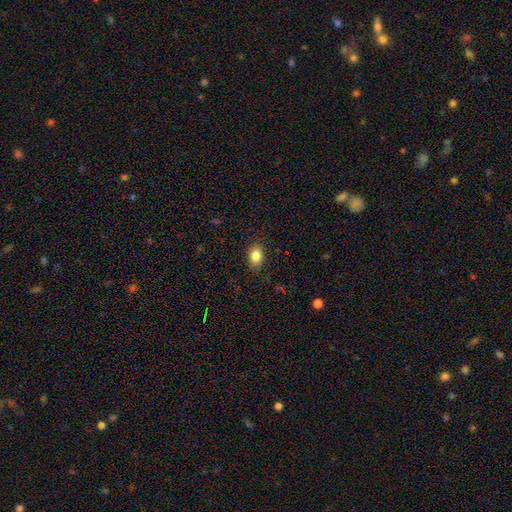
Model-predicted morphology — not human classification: Smooth or featured? Predicted: smooth (p=0.85). How rounded? Predicted: in between (p=0.79). Merging? Predicted: none (p=0.87).